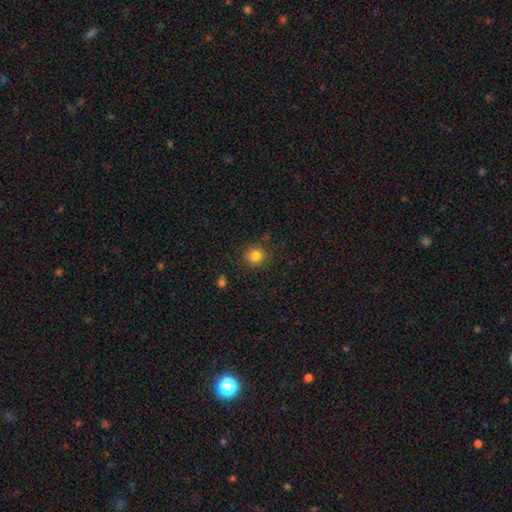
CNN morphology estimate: Q: Smooth or featured?
A: smooth (83%); runner-up: star or artifact (11%)
Q: How rounded?
A: round (90%); runner-up: in between (9%)
Q: Merging?
A: none (87%); runner-up: minor disturbance (9%)